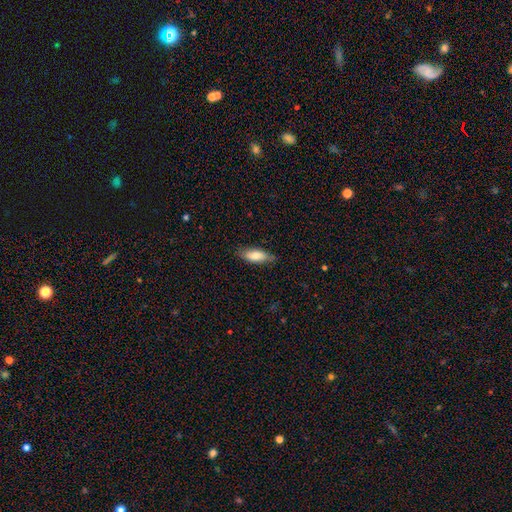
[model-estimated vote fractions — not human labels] This is likely a smooth galaxy (79%). How rounded: likely in between (73%). Merging: likely none (77%).